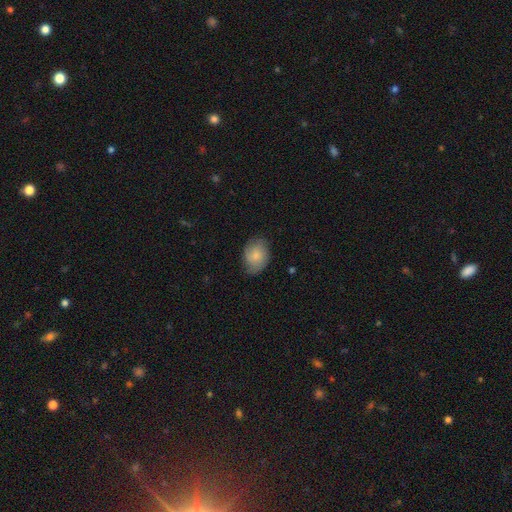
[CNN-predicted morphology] The model was most divided on "how rounded": in between: 69%, round: 30%, cigar-shaped: 1%. More confident: smooth or featured — smooth (71%); merging — none (69%).